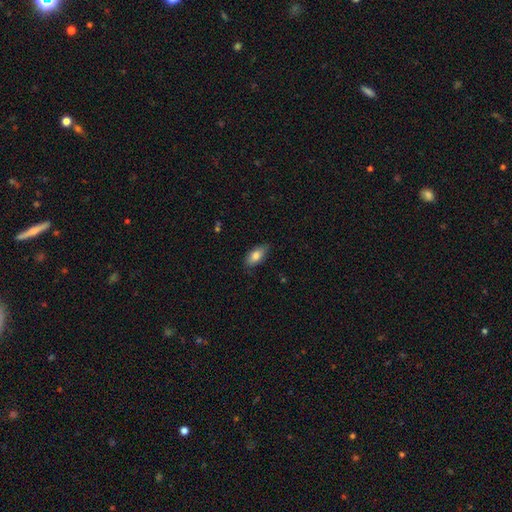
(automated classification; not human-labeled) A smooth galaxy with no disk features (82%) that is in between round and cigar-shaped (87%). Merging: none (79%).